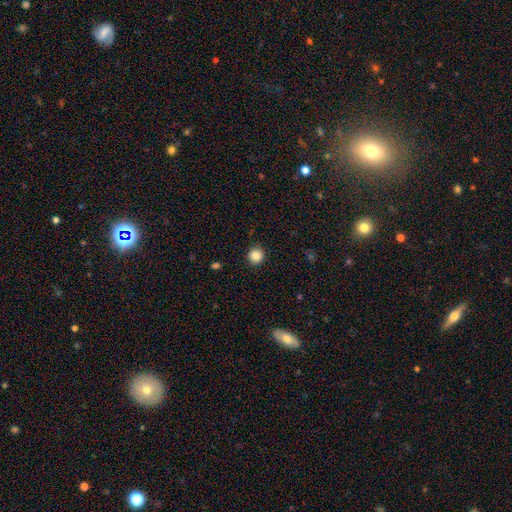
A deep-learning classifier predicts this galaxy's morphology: Q: Smooth or featured?
A: smooth (85%); runner-up: star or artifact (10%)
Q: How rounded?
A: round (93%); runner-up: in between (6%)
Q: Merging?
A: none (92%); runner-up: minor disturbance (5%)